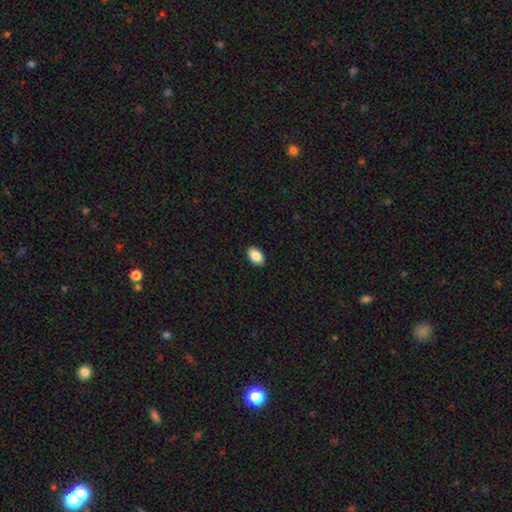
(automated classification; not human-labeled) Morphology: type=smooth (89%); roundness=in between (90%); merging=none (91%).